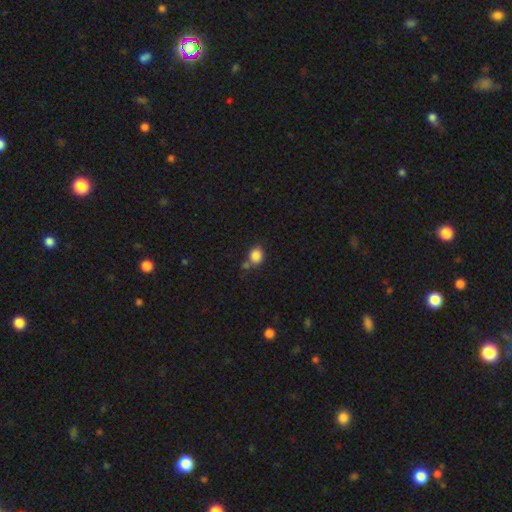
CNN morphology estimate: Smooth or featured: smooth — 85% (star or artifact — 10%)
How rounded: round — 58% (in between — 41%)
Merging: none — 63% (merger — 16%)